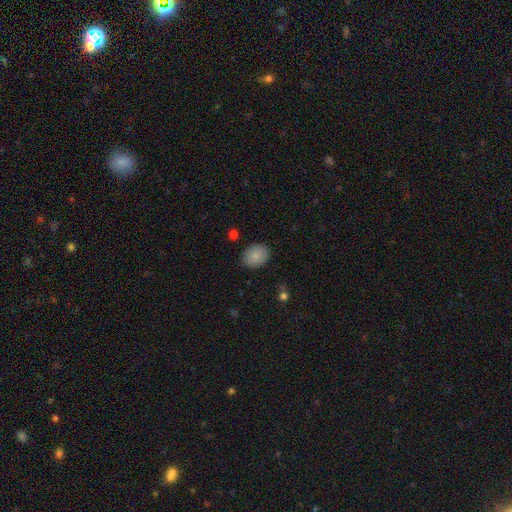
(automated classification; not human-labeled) This is clearly a smooth galaxy (87%). How rounded: possibly in between (55%). Merging: clearly none (85%).